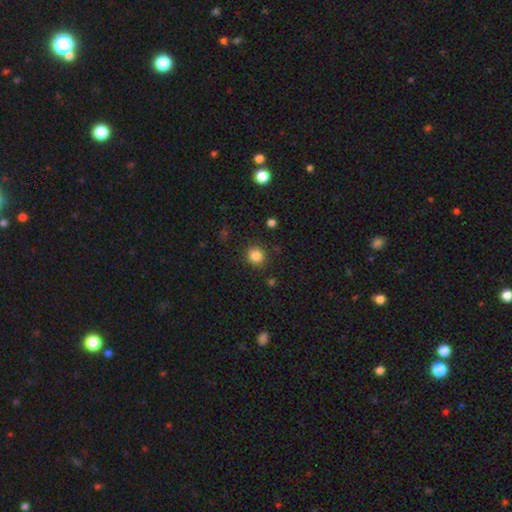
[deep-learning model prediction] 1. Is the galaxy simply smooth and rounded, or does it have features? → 84% smooth, 12% star or artifact, 5% featured or disk.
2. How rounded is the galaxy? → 90% round, 9% in between, 1% cigar-shaped.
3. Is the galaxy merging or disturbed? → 89% none, 7% minor disturbance, 3% major disturbance, 2% merger.